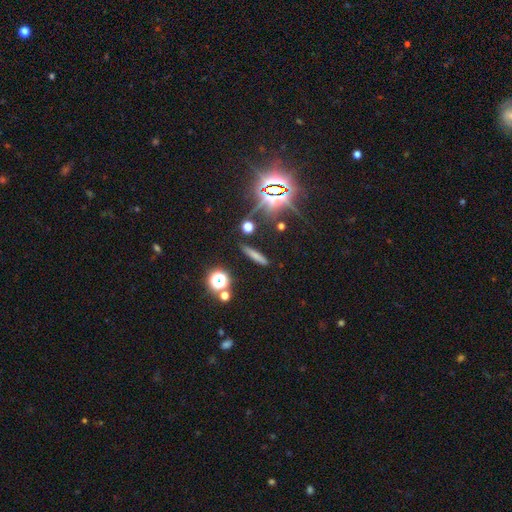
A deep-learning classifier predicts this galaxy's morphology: This appears to be a smooth galaxy with no disk features (64%) that is cigar-shaped (86%). Merging: none (86%).